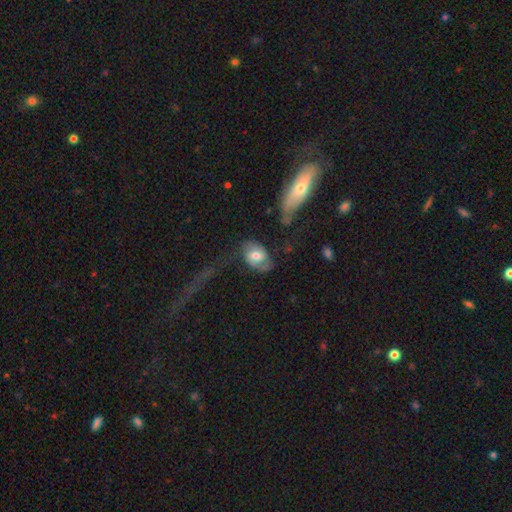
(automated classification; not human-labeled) This is possibly a smooth galaxy (49%). Merging: possibly none (46%).